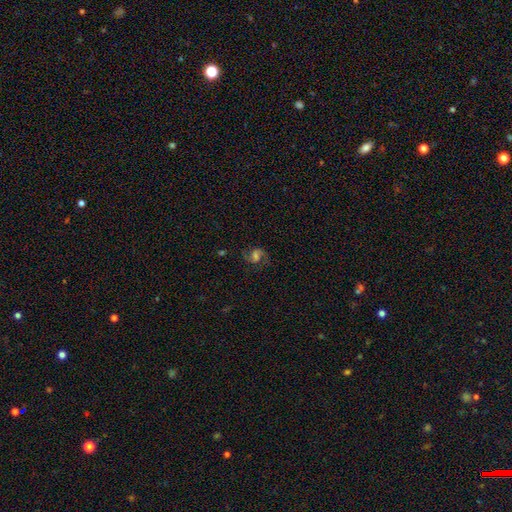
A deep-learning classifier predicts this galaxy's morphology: The model was most divided on "spiral winding": medium: 50%, loose: 38%, tight: 12%. Remaining: edge-on disk — no (98%); spiral arms — yes (94%); spiral arm count — 2 (91%); merging — none (76%); smooth or featured — featured or disk (71%); bar — weak (48%); bulge size — moderate (42%).